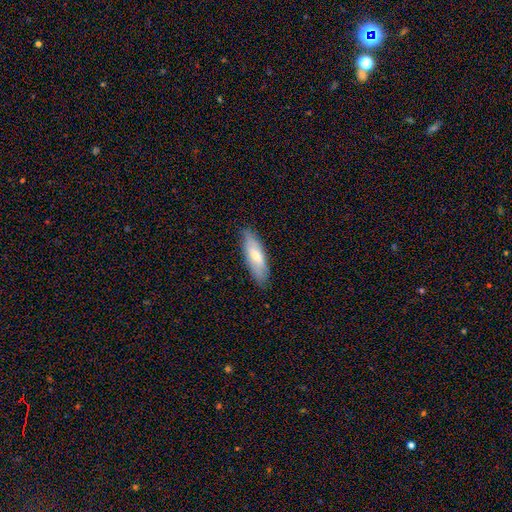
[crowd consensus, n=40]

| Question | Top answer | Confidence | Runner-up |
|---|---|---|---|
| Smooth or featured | smooth | 62% | featured or disk (32%) |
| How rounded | in between | 52% | cigar-shaped (48%) |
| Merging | none | 89% | minor disturbance (8%) |